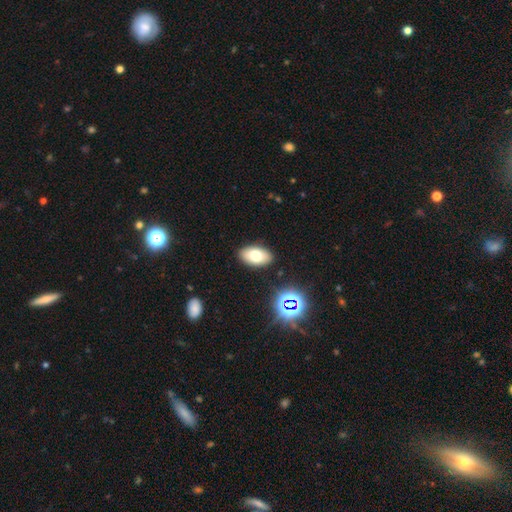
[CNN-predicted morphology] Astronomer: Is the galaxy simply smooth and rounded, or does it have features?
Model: smooth — 72%.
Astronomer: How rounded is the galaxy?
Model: in between — 93%.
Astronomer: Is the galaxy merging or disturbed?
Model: none — 88%.